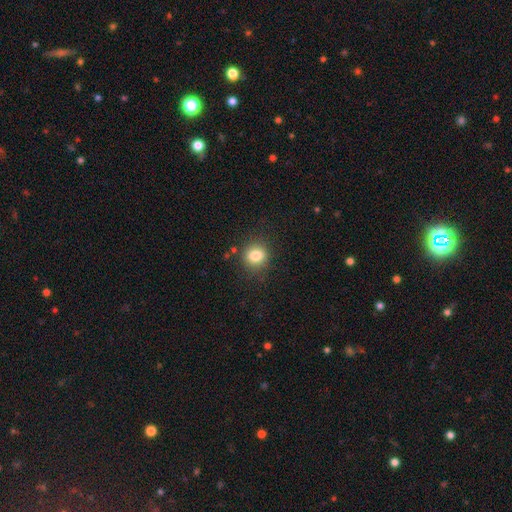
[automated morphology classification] A smooth galaxy with no disk features (82%) that is round (76%). Merging: none (85%).